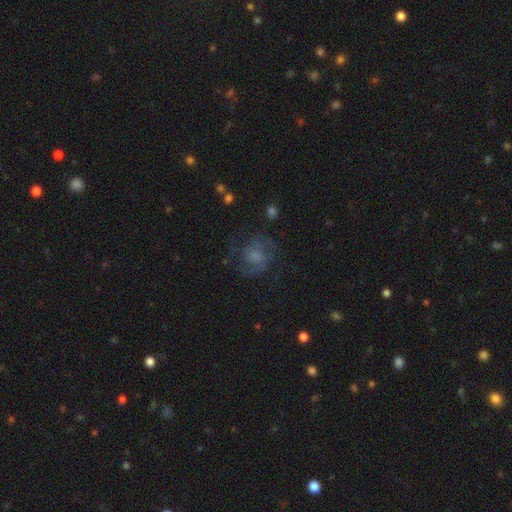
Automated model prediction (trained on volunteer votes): Smooth or featured? Predicted: featured or disk (p=0.59). Edge-on disk? Predicted: no (p=0.98). Bar? Predicted: no (p=0.66). Spiral arms? Predicted: yes (p=0.85). Bulge size? Predicted: none (p=0.31). Merging? Predicted: none (p=0.67).